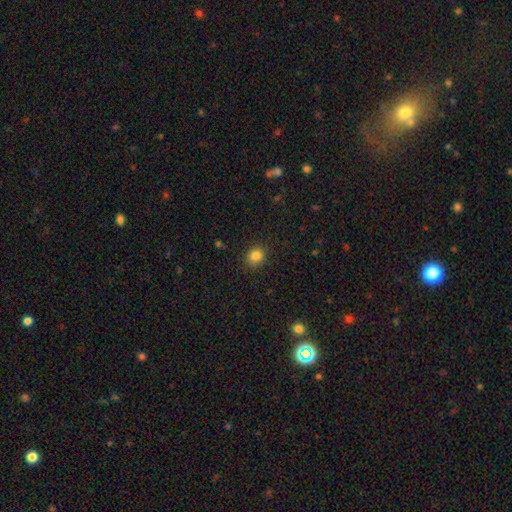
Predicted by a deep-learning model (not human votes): Q: Smooth or featured?
A: smooth (84%); runner-up: star or artifact (11%)
Q: How rounded?
A: round (78%); runner-up: in between (21%)
Q: Merging?
A: none (88%); runner-up: minor disturbance (9%)